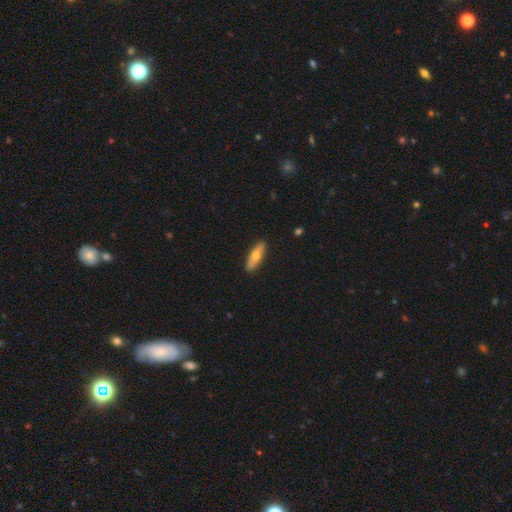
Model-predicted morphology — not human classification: A smooth galaxy with no disk features (62%) that is cigar-shaped (58%). Merging: none (89%).